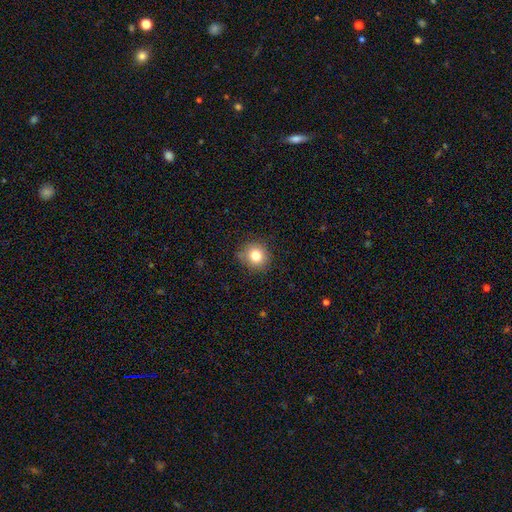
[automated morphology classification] A smooth galaxy with no disk features (81%) that is round (85%). Merging: none (82%).